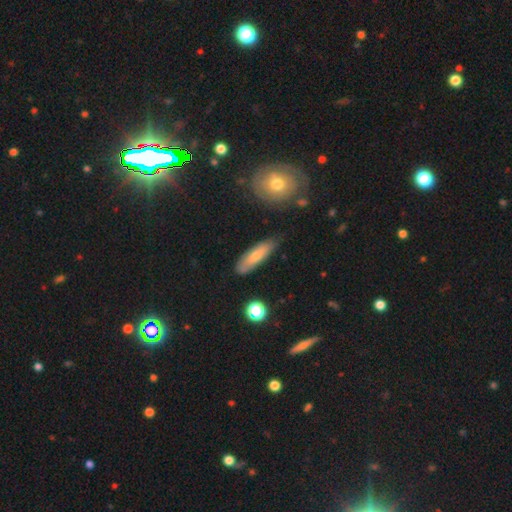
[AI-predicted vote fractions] smooth-or-featured: smooth: 69% | featured or disk: 25% | star or artifact: 7%
  how-rounded: cigar-shaped: 59% | in between: 39% | round: 2%
  merging: none: 76% | minor disturbance: 18% | major disturbance: 4% | merger: 3%